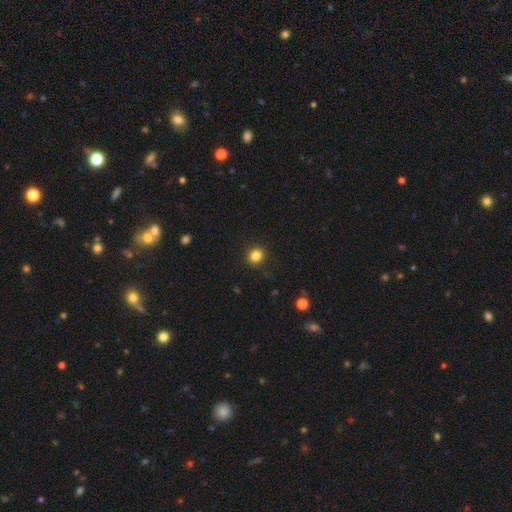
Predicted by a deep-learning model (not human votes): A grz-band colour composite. It shows a smooth galaxy with no disk features (83%) that is round (91%). Merging: none (92%).